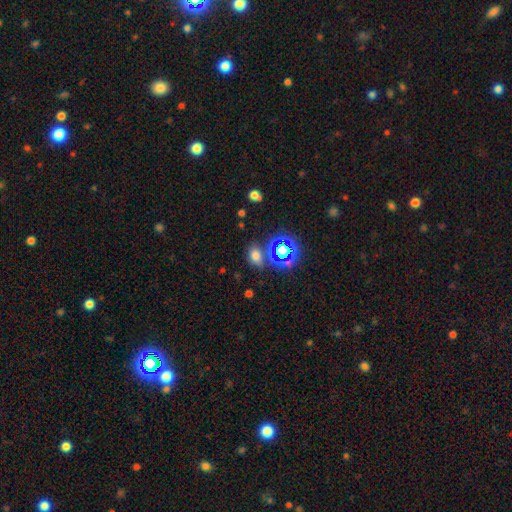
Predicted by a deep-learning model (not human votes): A smooth galaxy with no disk features (62%) that is in between round and cigar-shaped (72%).

Vote fractions:
- Smooth or featured? smooth: 62% / star or artifact: 29% / featured or disk: 8%
- How rounded? in between: 72% / round: 27% / cigar-shaped: 2%
- Merging? none: 71% / minor disturbance: 13% / merger: 11% / major disturbance: 5%